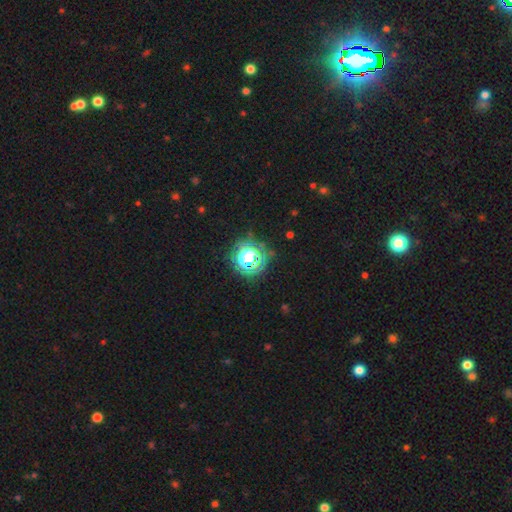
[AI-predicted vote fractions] Smooth or featured?
  - star or artifact: 74% *
  - smooth: 19%
  - featured or disk: 7%